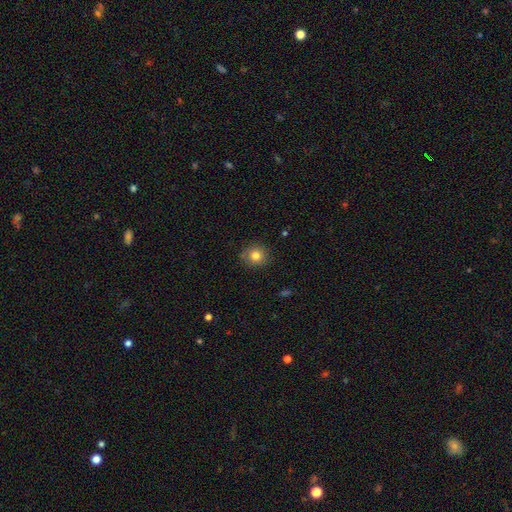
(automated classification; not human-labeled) The model was most divided on "smooth or featured": smooth: 82%, star or artifact: 11%, featured or disk: 7%. More confident: how rounded — round (87%); merging — none (87%).